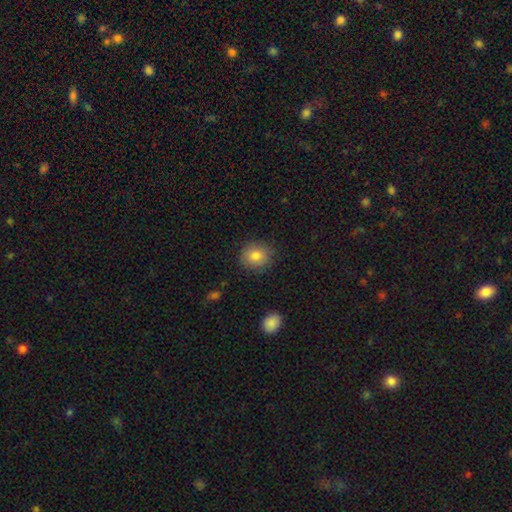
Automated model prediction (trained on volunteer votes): Smooth or featured: smooth — 84% (star or artifact — 9%)
How rounded: round — 79% (in between — 20%)
Merging: none — 85% (minor disturbance — 11%)